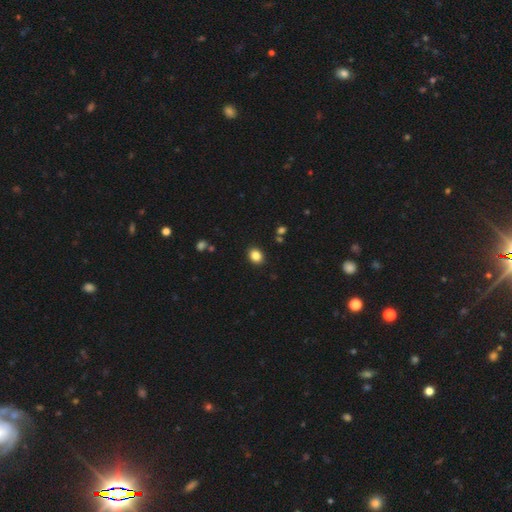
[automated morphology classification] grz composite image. It shows a smooth galaxy with no disk features (85%) that is round (55%). Merging: none (90%).